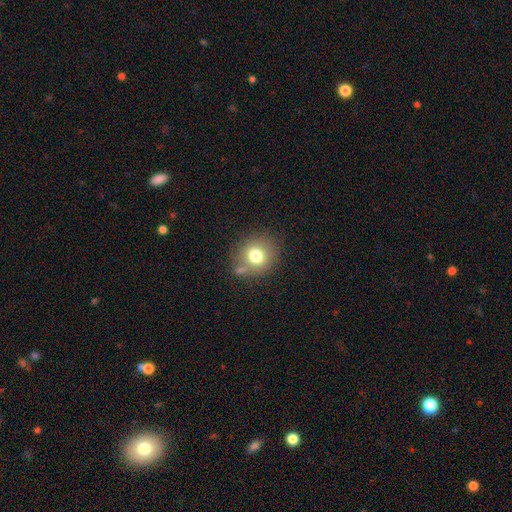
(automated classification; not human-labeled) This appears to be a smooth galaxy with no disk features (74%) that is round (77%). Merging: none (68%).